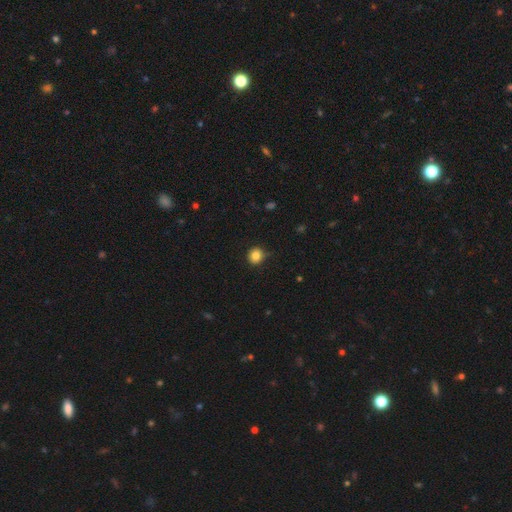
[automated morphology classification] This is clearly a smooth galaxy (83%). How rounded: clearly round (89%). Merging: clearly none (81%).